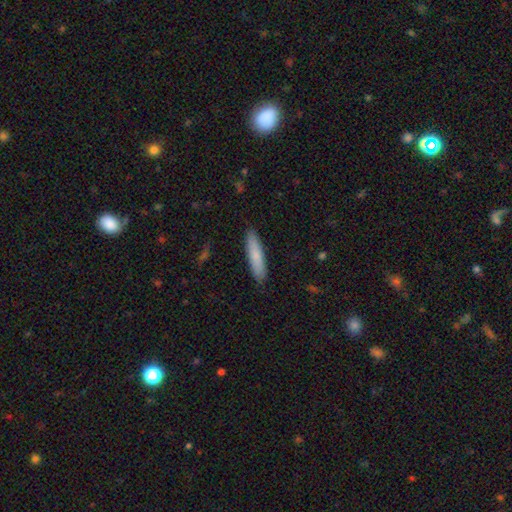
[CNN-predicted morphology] Smooth or featured? Predicted: smooth (p=0.79). How rounded? Predicted: cigar-shaped (p=0.82). Merging? Predicted: none (p=0.89).